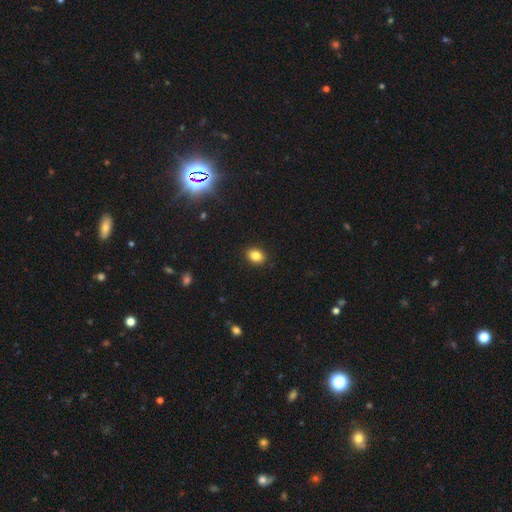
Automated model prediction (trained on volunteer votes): This appears to be a smooth galaxy with no disk features (84%) that is in between round and cigar-shaped (67%). Merging: none (90%).